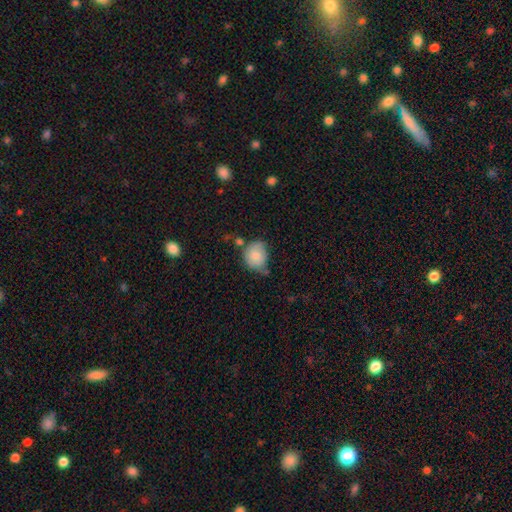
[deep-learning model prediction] The model was most divided on "merging": none: 51%, minor disturbance: 31%, merger: 11%, major disturbance: 7%. More confident: smooth or featured — smooth (78%); how rounded — round (69%).